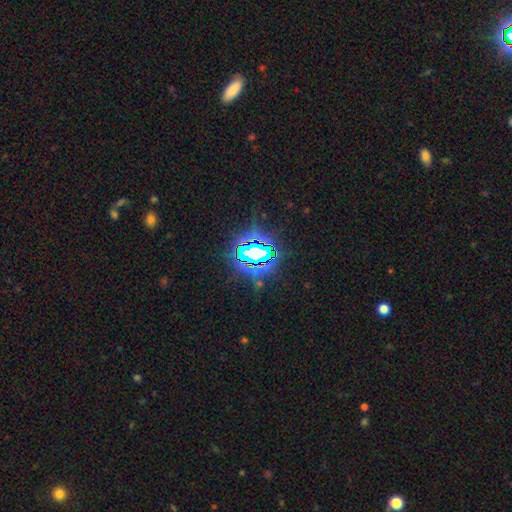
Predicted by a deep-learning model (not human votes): Smooth or featured: star or artifact — 76% (smooth — 13%)